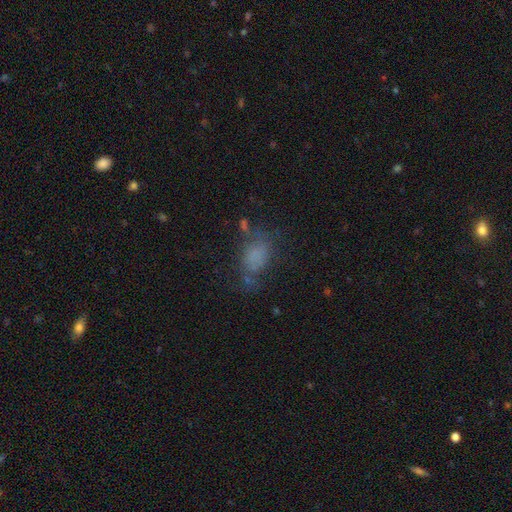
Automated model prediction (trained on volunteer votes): Smooth or featured? Predicted: smooth (p=0.66). How rounded? Predicted: in between (p=0.79). Merging? Predicted: none (p=0.47).